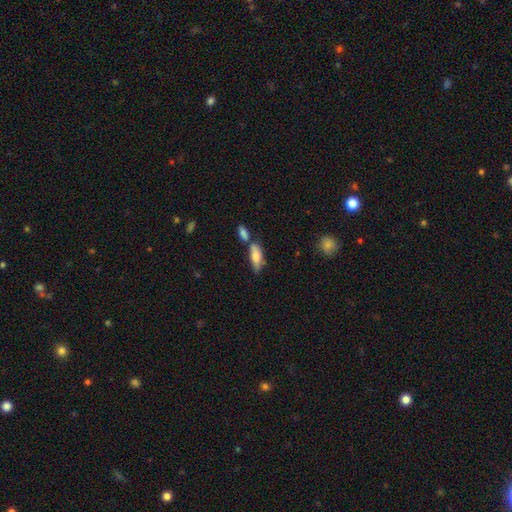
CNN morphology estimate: This is likely a smooth galaxy (73%). How rounded: likely in between (66%). Merging: possibly none (48%).